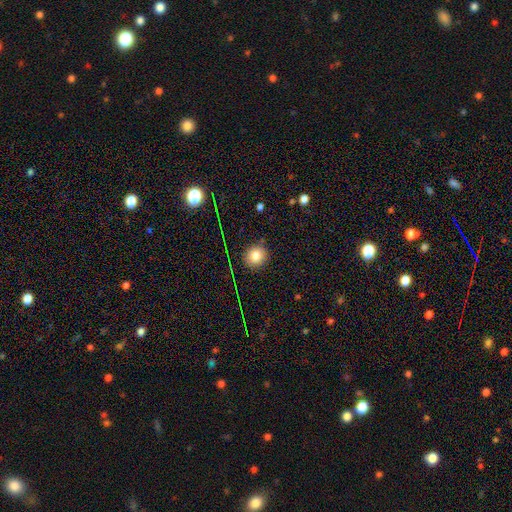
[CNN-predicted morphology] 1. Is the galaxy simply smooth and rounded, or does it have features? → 78% smooth, 14% star or artifact, 8% featured or disk.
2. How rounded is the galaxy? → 81% round, 18% in between, 1% cigar-shaped.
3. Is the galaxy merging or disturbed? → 87% none, 9% minor disturbance, 2% major disturbance, 2% merger.